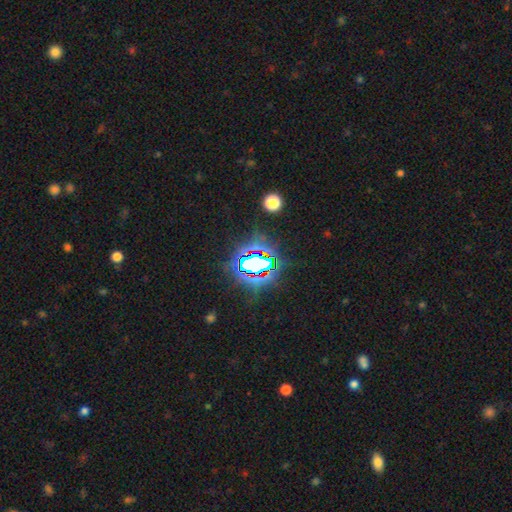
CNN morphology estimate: smooth_or_featured: star or artifact (p=0.82) [alt: smooth p=0.11]